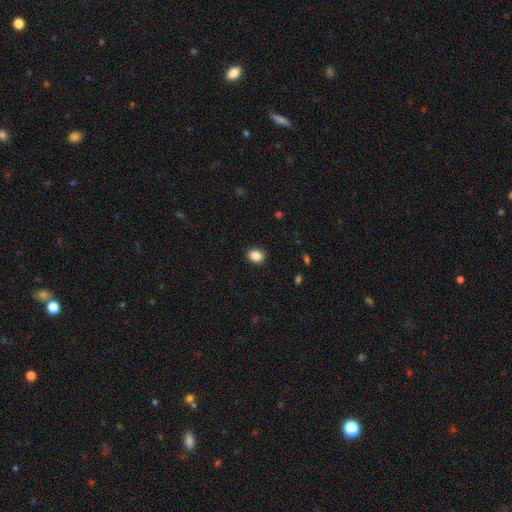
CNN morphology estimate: Smooth or featured? Predicted: smooth (p=0.87). How rounded? Predicted: in between (p=0.50). Merging? Predicted: none (p=0.91).